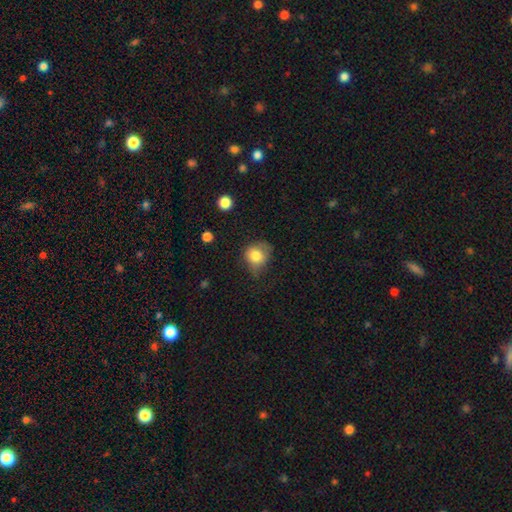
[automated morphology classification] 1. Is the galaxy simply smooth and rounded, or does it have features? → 79% smooth, 11% featured or disk, 9% star or artifact.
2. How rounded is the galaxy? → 73% round, 26% in between, 1% cigar-shaped.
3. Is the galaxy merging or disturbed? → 45% none, 37% minor disturbance, 16% major disturbance, 2% merger.